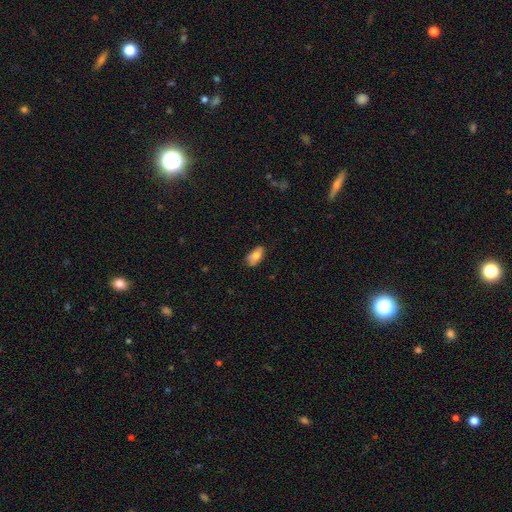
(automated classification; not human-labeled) The model was most divided on "merging": none: 71%, minor disturbance: 23%, major disturbance: 4%, merger: 1%. More confident: how rounded — in between (91%); smooth or featured — smooth (77%).